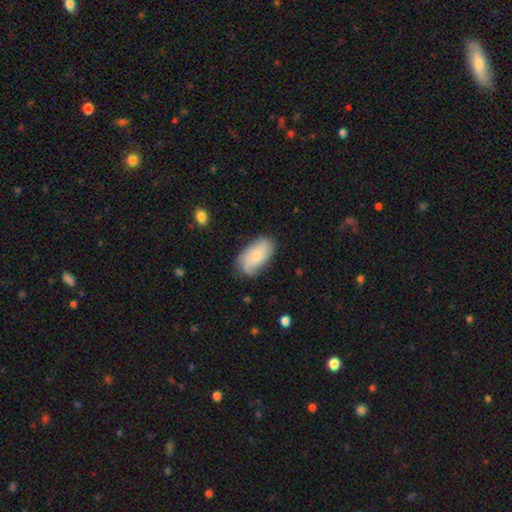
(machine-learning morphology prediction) The model was most divided on "smooth or featured": smooth: 56%, featured or disk: 37%, star or artifact: 7%. More confident: how rounded — in between (93%); merging — none (65%).